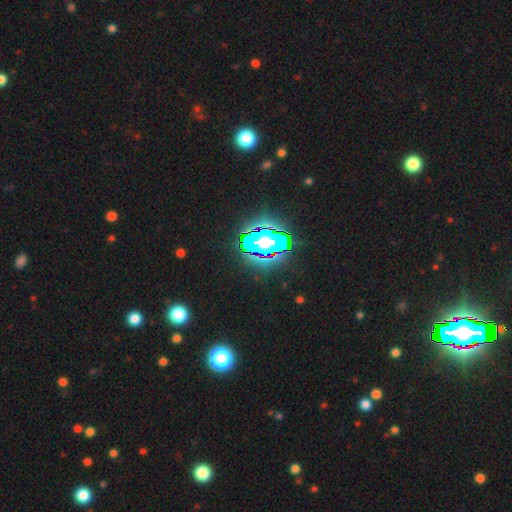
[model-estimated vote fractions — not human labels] A star or artifact, not a galaxy (82%).